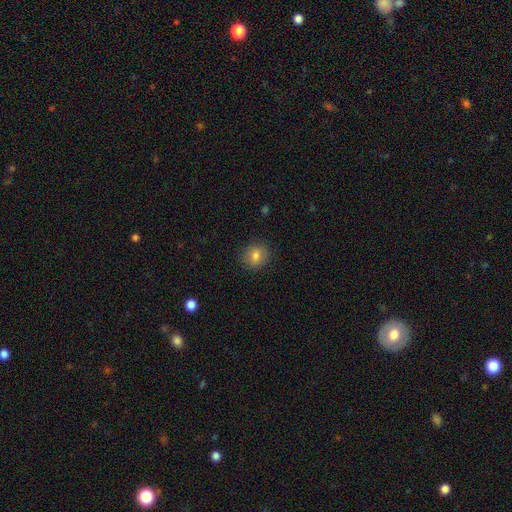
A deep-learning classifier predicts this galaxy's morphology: Smooth or featured?
  - smooth: 78% *
  - featured or disk: 12%
  - star or artifact: 10%
How rounded?
  - round: 71% *
  - in between: 28%
  - cigar-shaped: 1%
Merging?
  - none: 87% *
  - minor disturbance: 10%
  - major disturbance: 3%
  - merger: 1%